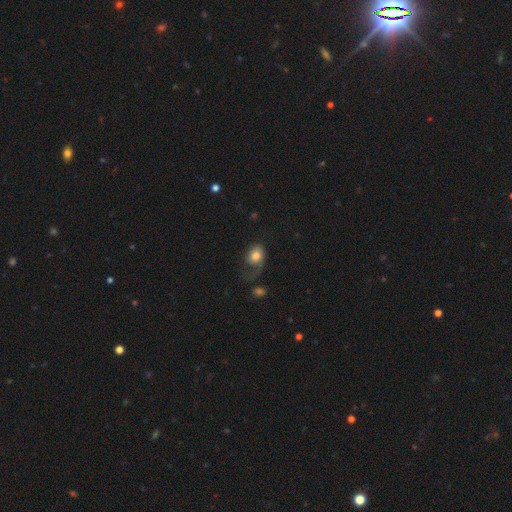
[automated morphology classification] This appears to be a smooth galaxy with no disk features (69%) that is in between round and cigar-shaped (63%). Merging: major disturbance (46%).